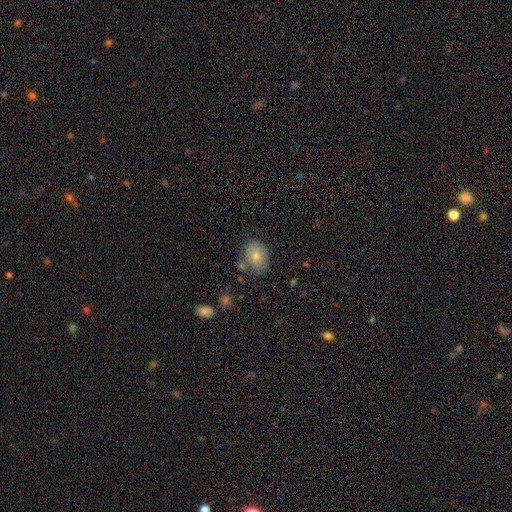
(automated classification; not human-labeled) A smooth galaxy with no disk features (73%) that is in between round and cigar-shaped (64%). Merging: none (64%).